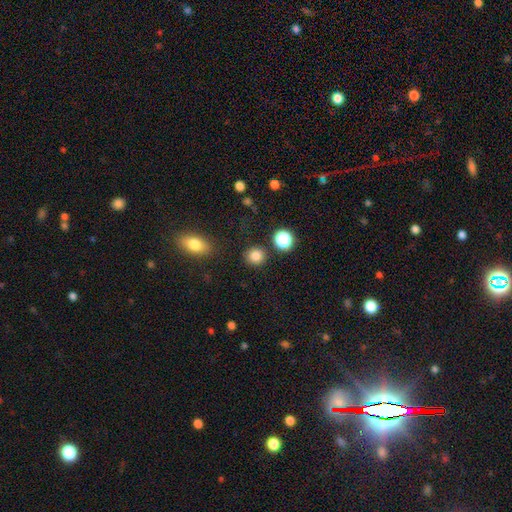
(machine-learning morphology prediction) smooth-or-featured: smooth: 83% | star or artifact: 13% | featured or disk: 5%
  how-rounded: round: 88% | in between: 11% | cigar-shaped: 1%
  merging: none: 87% | minor disturbance: 7% | merger: 3% | major disturbance: 3%